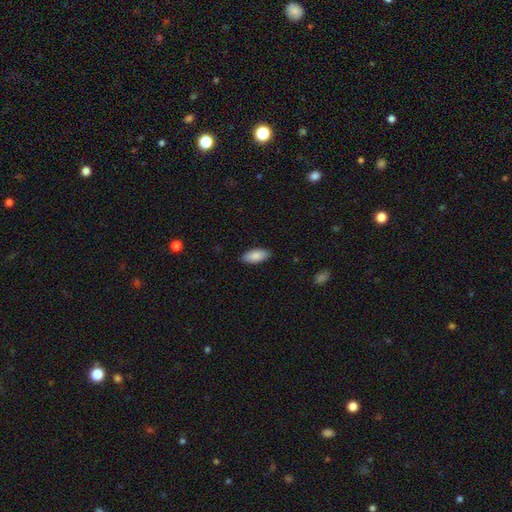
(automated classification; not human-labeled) smooth-or-featured: smooth: 87% | featured or disk: 7% | star or artifact: 6%
  how-rounded: in between: 90% | cigar-shaped: 8% | round: 2%
  merging: none: 88% | minor disturbance: 10% | major disturbance: 2% | merger: 1%